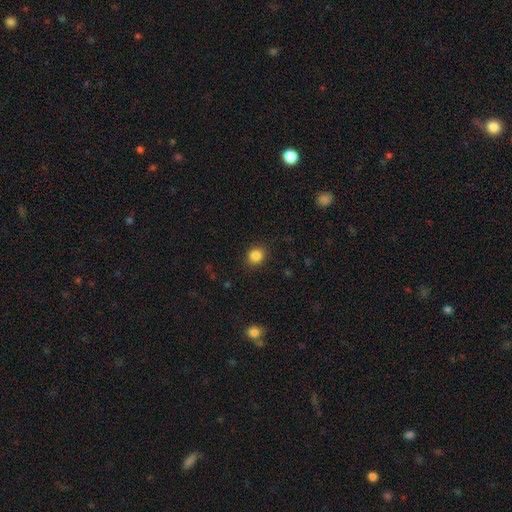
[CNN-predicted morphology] Smooth or featured: smooth — 86% (star or artifact — 11%)
How rounded: round — 82% (in between — 17%)
Merging: none — 88% (minor disturbance — 8%)